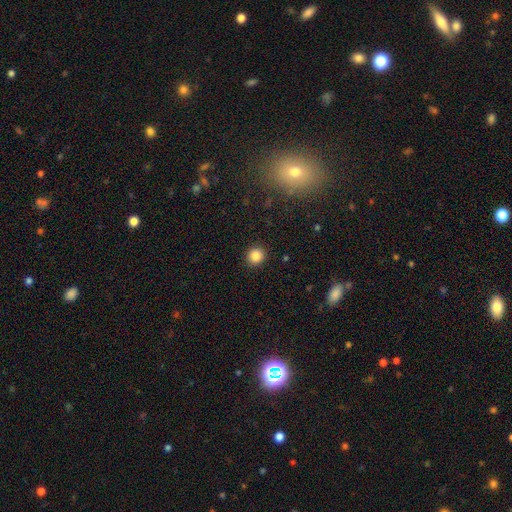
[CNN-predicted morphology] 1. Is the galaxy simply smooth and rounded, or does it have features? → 85% smooth, 11% star or artifact, 5% featured or disk.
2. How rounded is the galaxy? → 90% round, 9% in between, 1% cigar-shaped.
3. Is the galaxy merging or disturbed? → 92% none, 5% minor disturbance, 2% major disturbance, 1% merger.